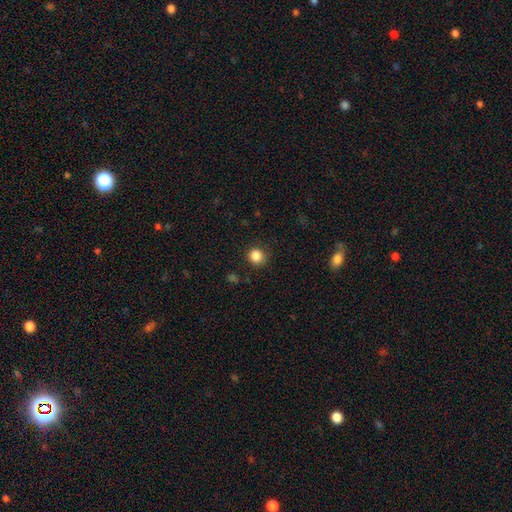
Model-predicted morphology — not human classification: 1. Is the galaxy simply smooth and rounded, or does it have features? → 85% smooth, 11% star or artifact, 4% featured or disk.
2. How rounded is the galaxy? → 90% round, 9% in between, 1% cigar-shaped.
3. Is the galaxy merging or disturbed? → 89% none, 7% minor disturbance, 2% major disturbance, 1% merger.